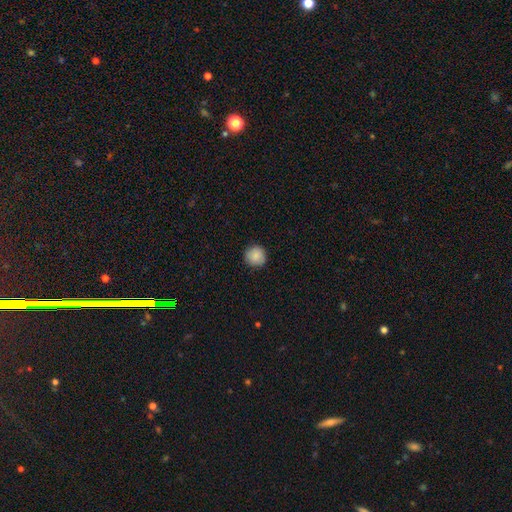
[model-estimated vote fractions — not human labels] smooth-or-featured: smooth: 87% | star or artifact: 8% | featured or disk: 6%
  how-rounded: round: 95% | in between: 4% | cigar-shaped: 1%
  merging: none: 90% | minor disturbance: 7% | major disturbance: 2% | merger: 1%